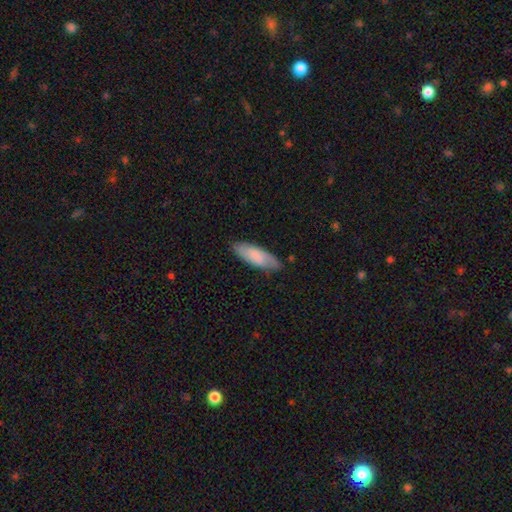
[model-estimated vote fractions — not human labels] A smooth galaxy with no disk features (71%) that is in between round and cigar-shaped (61%). Merging: none (81%).